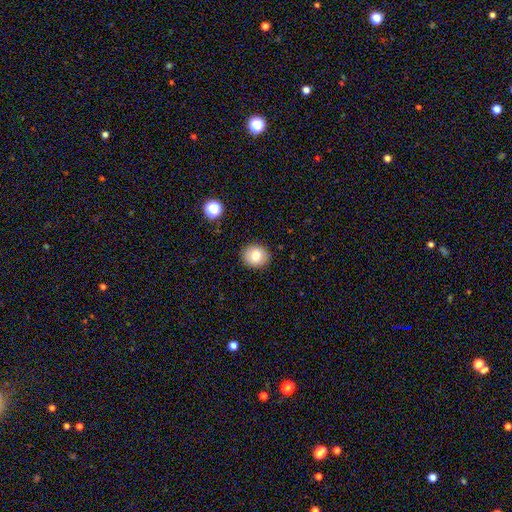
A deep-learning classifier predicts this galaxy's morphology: Overall: smooth (78%). How rounded: round (74%). Merging: none (90%).